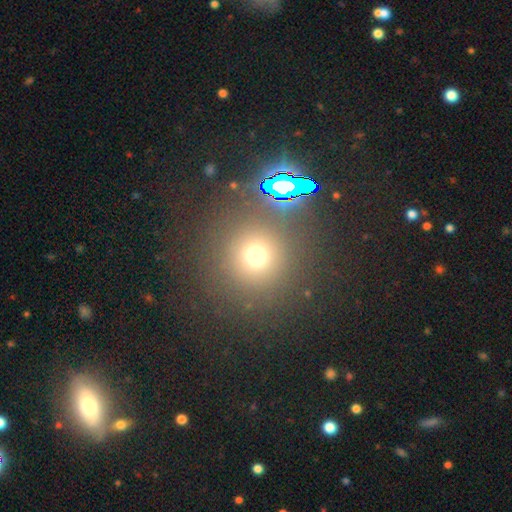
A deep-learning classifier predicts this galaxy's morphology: Smooth or featured? Predicted: smooth (p=0.65). How rounded? Predicted: round (p=0.94). Merging? Predicted: none (p=0.83).